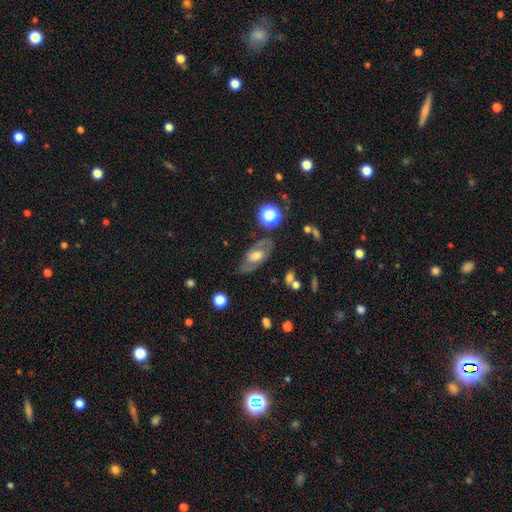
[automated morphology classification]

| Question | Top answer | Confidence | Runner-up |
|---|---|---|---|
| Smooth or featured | featured or disk | 55% | smooth (36%) |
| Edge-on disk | no | 86% | yes (14%) |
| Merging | none | 71% | minor disturbance (18%) |